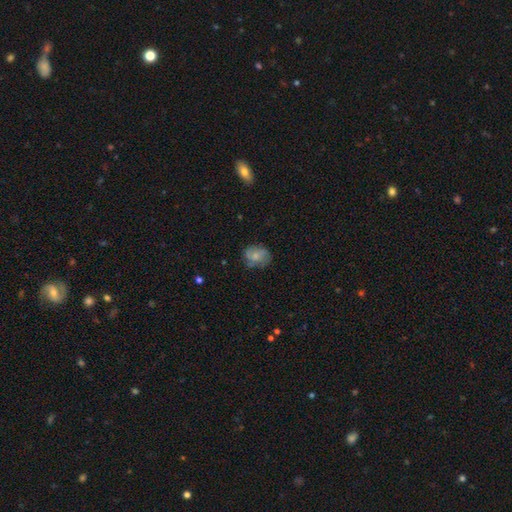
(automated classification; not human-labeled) Morphology: type=smooth (58%); roundness=round (50%); merging=none (66%).